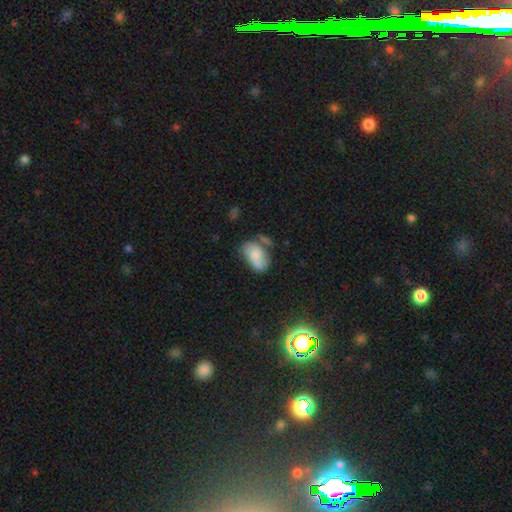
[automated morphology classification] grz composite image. It shows a smooth galaxy with no disk features (68%) that is in between round and cigar-shaped (90%). Merging: none (37%).